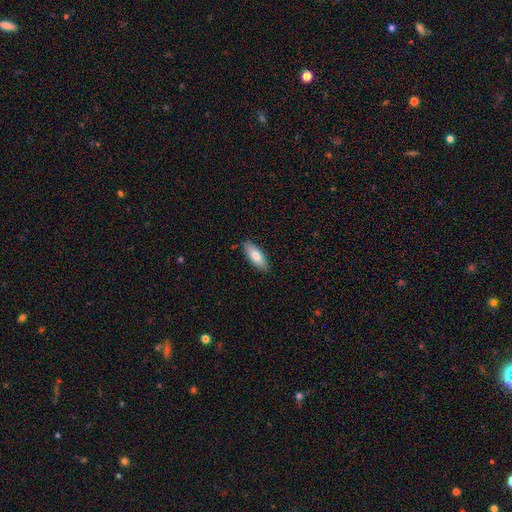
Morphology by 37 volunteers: A smooth galaxy with no disk features (68%) that is in between round and cigar-shaped (68%). Merging: none (89%).